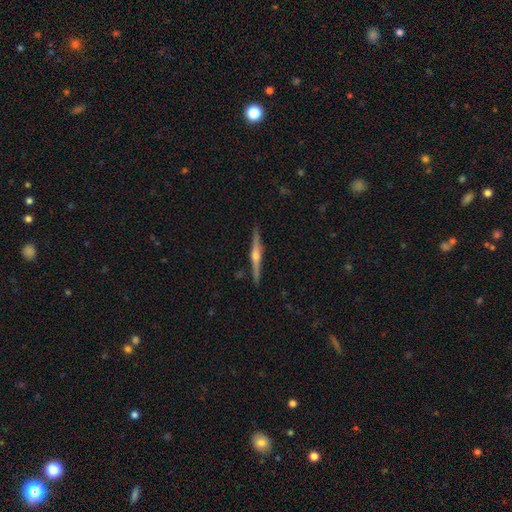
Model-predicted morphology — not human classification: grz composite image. It shows a featured or disk galaxy (81%) viewed edge-on (98%) with a rounded central bulge (89%). Merging: none (91%).